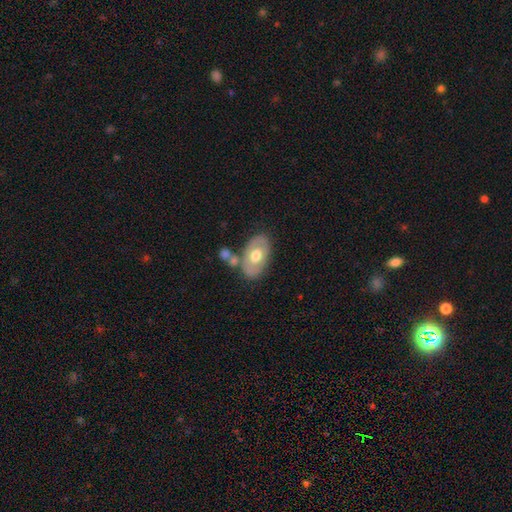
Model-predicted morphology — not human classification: The model was most divided on "smooth or featured": featured or disk: 49%, smooth: 46%, star or artifact: 6%. More confident: merging — none (63%).